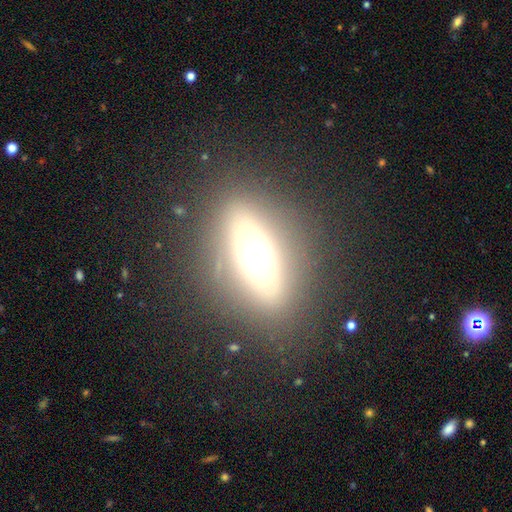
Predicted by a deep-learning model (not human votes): Smooth or featured: featured or disk — 43% (smooth — 40%)
Merging: none — 80% (minor disturbance — 12%)